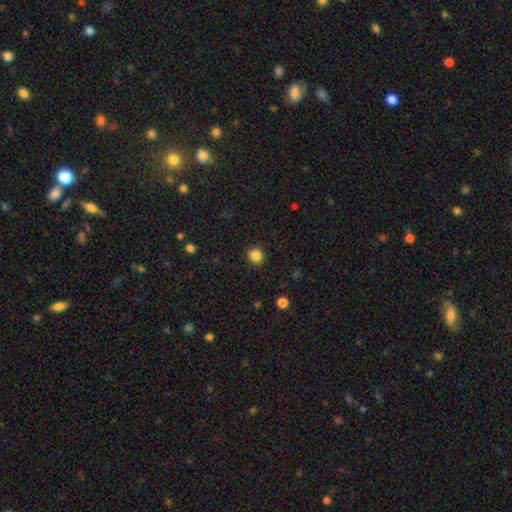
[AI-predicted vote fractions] A smooth galaxy with no disk features (85%) that is round (90%). Merging: none (90%).